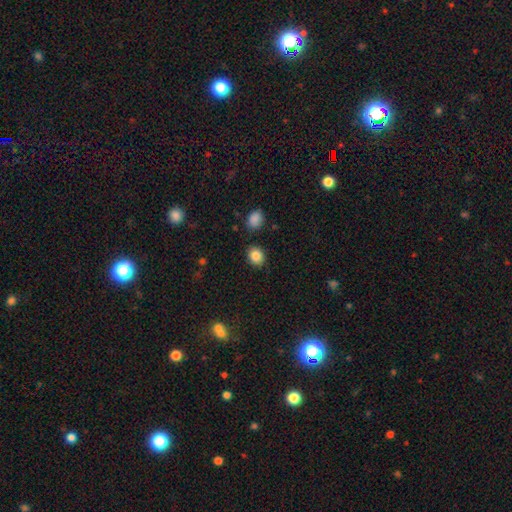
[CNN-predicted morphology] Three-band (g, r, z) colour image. It shows a smooth galaxy with no disk features (85%) that is round (63%). Merging: none (86%).